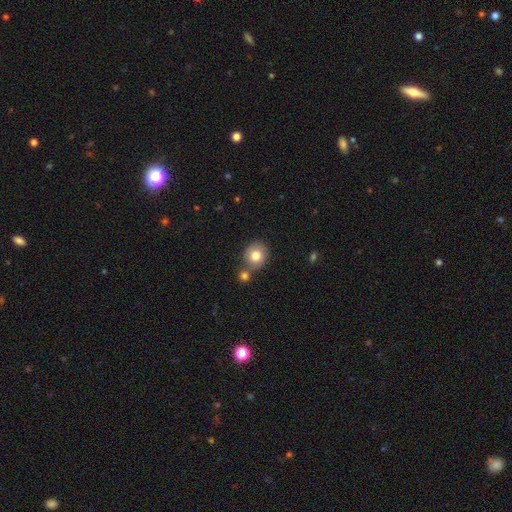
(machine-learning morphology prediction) type=smooth (80%); roundness=round (79%); merging=none (59%).